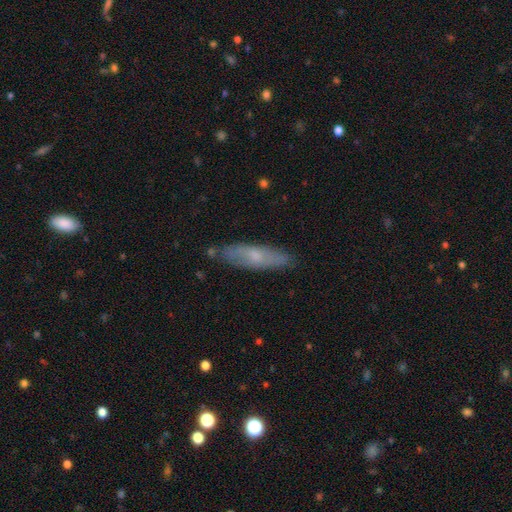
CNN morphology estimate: smooth 54%, featured or disk 40%, star or artifact 7%. Down the decision tree: how rounded — cigar-shaped (68%); merging — none (81%).